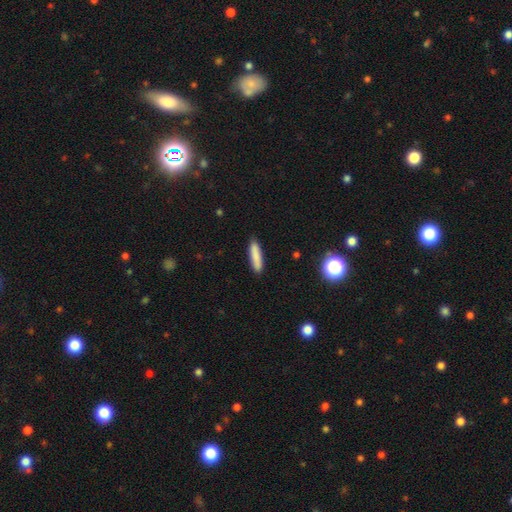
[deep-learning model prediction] This appears to be a smooth galaxy with no disk features (86%) that is cigar-shaped (79%). Merging: none (89%).